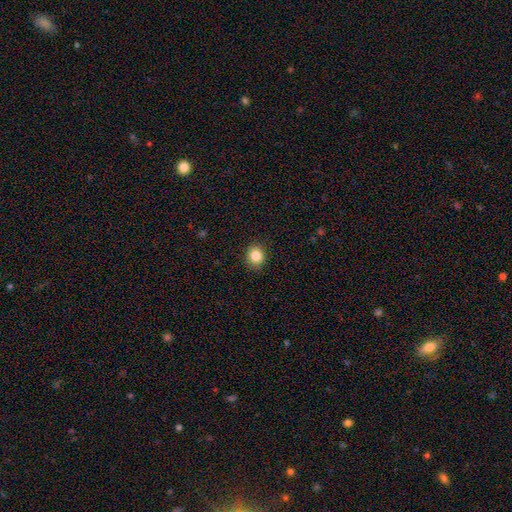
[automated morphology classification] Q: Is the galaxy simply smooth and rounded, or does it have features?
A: smooth — 85%.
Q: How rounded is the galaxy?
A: round — 75%.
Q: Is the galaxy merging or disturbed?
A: none — 89%.